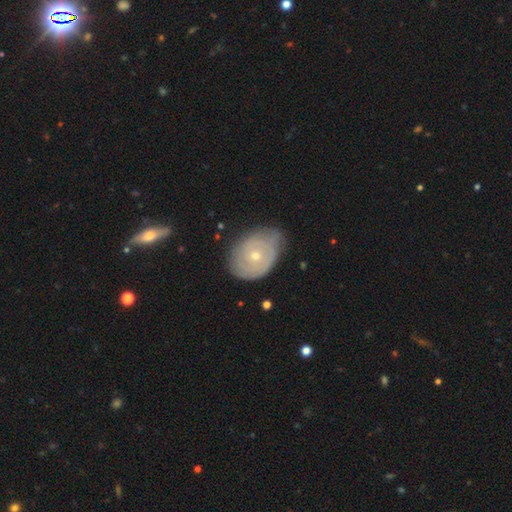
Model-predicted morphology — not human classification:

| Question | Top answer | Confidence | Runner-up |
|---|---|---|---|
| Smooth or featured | featured or disk | 64% | smooth (29%) |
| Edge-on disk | no | 96% | yes (4%) |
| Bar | no | 82% | weak (15%) |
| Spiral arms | yes | 73% | no (27%) |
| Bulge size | small | 63% | moderate (35%) |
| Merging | none | 63% | minor disturbance (28%) |